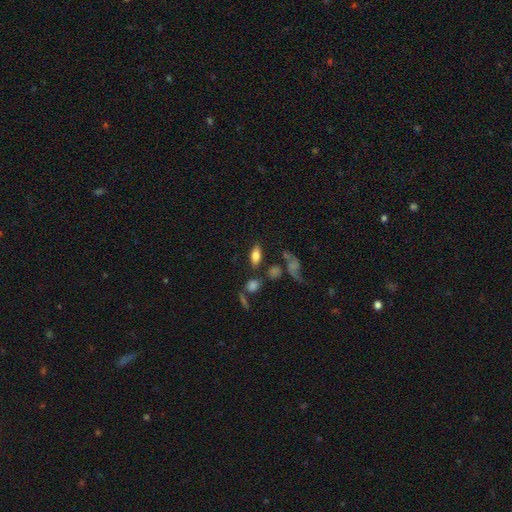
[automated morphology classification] Overall: smooth (68%). How rounded: in between (80%). Merging: none (73%).